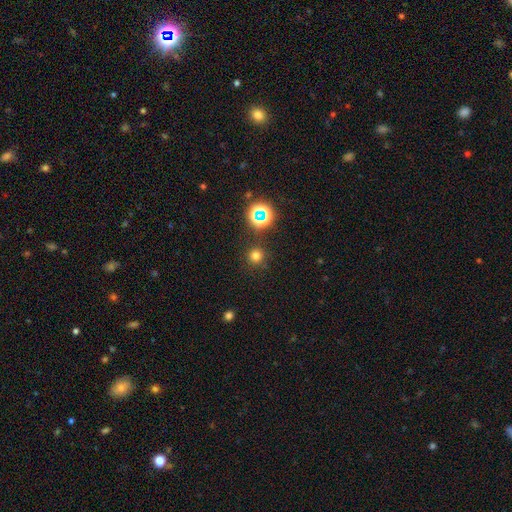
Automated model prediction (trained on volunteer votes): Smooth or featured? smooth (71%)
How rounded? round (95%)
Merging? none (89%)